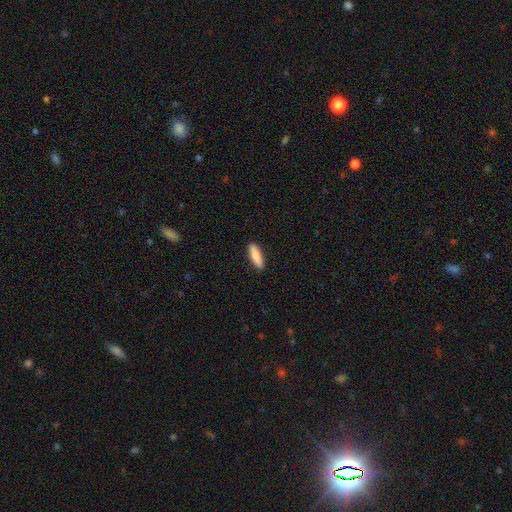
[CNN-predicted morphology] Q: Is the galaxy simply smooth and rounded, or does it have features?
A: smooth — 85%.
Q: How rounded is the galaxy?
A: cigar-shaped — 67%.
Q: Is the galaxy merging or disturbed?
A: none — 91%.